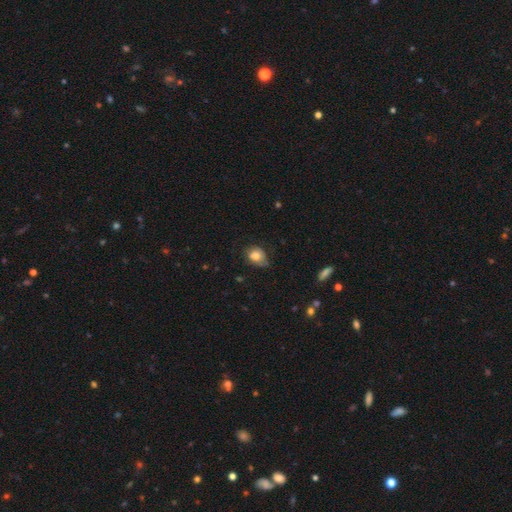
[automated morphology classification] The model was most divided on "how rounded": in between: 51%, round: 48%, cigar-shaped: 1%. More confident: smooth or featured — smooth (77%); merging — none (51%).